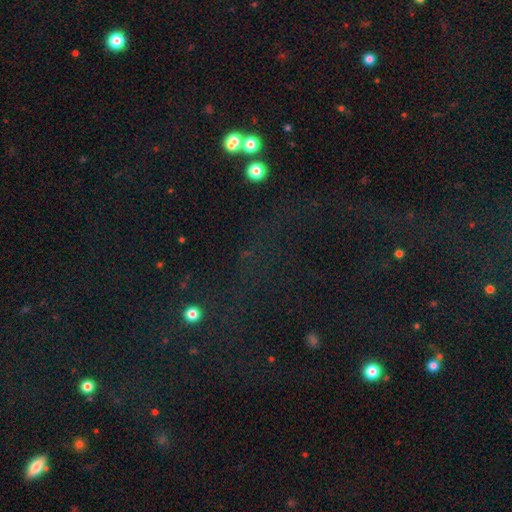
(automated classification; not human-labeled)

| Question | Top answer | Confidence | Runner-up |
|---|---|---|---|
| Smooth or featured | star or artifact | 69% | smooth (20%) |